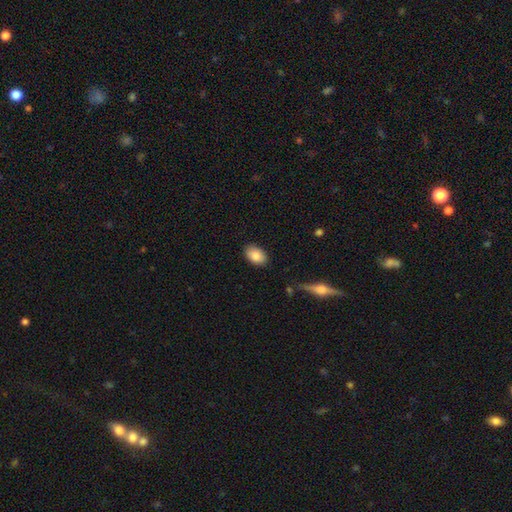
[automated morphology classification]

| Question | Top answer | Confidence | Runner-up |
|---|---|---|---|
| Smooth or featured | smooth | 87% | star or artifact (7%) |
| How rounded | in between | 88% | round (10%) |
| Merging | none | 86% | minor disturbance (10%) |